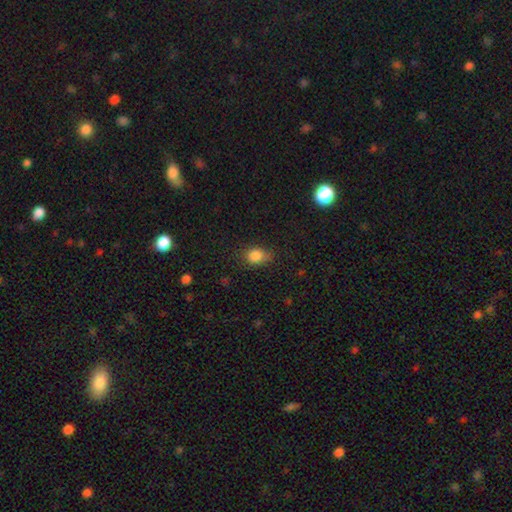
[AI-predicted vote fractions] Smooth or featured: smooth — 84% (star or artifact — 11%)
How rounded: in between — 54% (round — 45%)
Merging: none — 67% (minor disturbance — 25%)